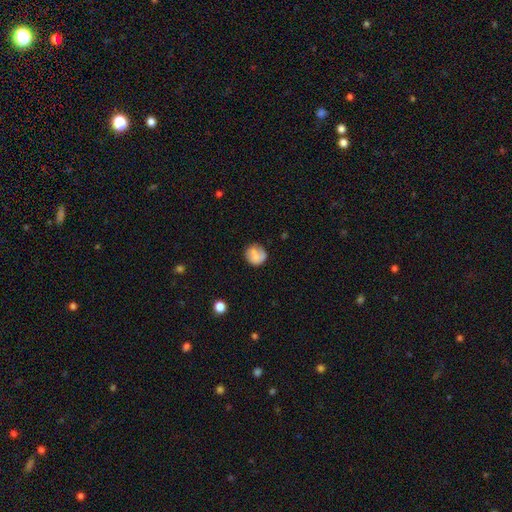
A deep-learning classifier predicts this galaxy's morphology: A smooth galaxy with no disk features (69%) that is round (84%). Merging: none (68%).